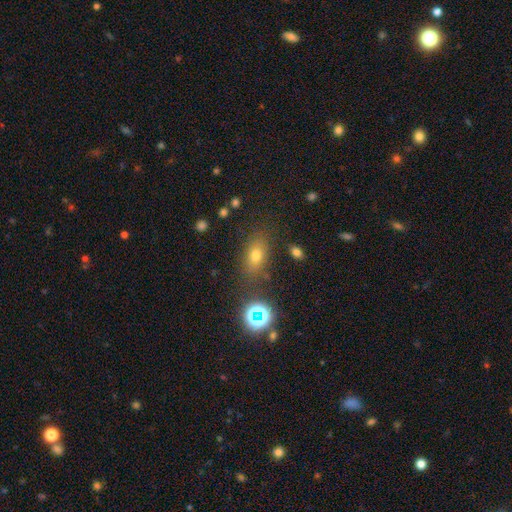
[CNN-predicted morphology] Smooth or featured? Predicted: smooth (p=0.65). How rounded? Predicted: in between (p=0.74). Merging? Predicted: none (p=0.79).